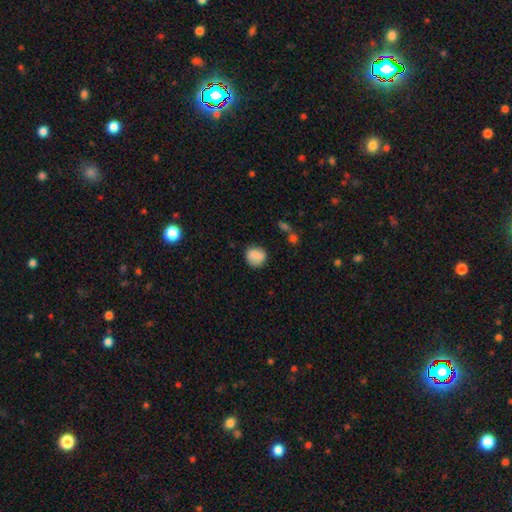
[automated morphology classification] This is likely a smooth galaxy (80%). How rounded: clearly round (80%). Merging: likely none (75%).